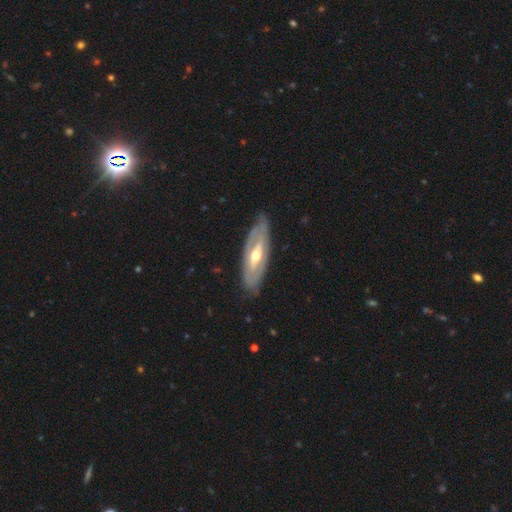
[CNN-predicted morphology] A featured or disk galaxy (74%) with no bar (39%), spiral arms (51%) and a moderate central bulge (71%).

Vote fractions:
- Smooth or featured? featured or disk: 74% / smooth: 22% / star or artifact: 4%
- Edge-on disk? no: 78% / yes: 22%
- Bar? no: 39% / weak: 32% / strong: 29%
- Spiral arms? yes: 51% / no: 49%
- Bulge size? moderate: 71% / small: 21% / large: 6% / dominant: 1% / none: 1%
- Merging? none: 78% / minor disturbance: 16% / major disturbance: 4% / merger: 1%